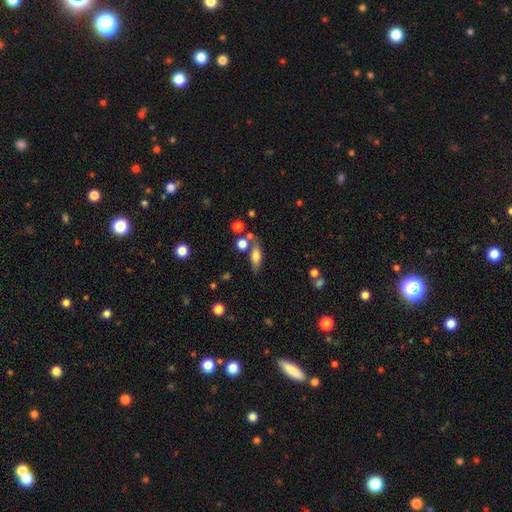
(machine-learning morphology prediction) smooth 65%, featured or disk 26%, star or artifact 9%. Down the decision tree: how rounded — in between (65%); merging — none (64%).